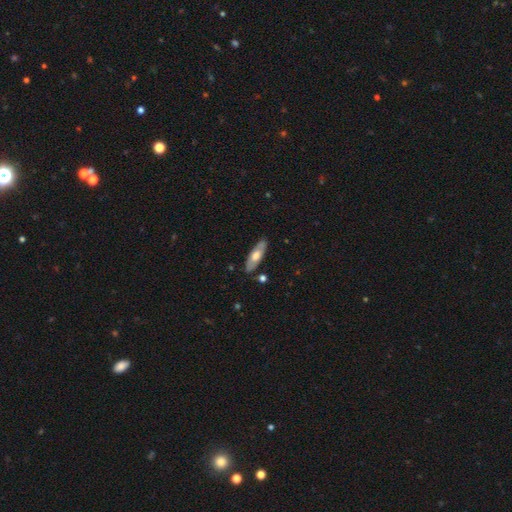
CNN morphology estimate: smooth 51%, featured or disk 43%, star or artifact 5%. Down the decision tree: how rounded — in between (61%); merging — none (84%).